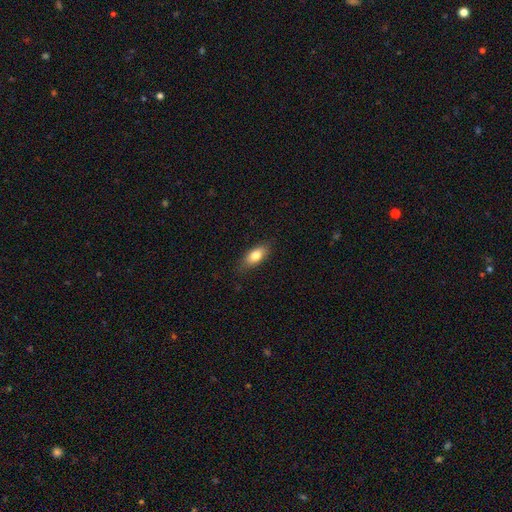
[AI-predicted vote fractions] Smooth or featured: smooth — 79% (featured or disk — 14%)
How rounded: in between — 83% (cigar-shaped — 13%)
Merging: none — 82% (minor disturbance — 14%)